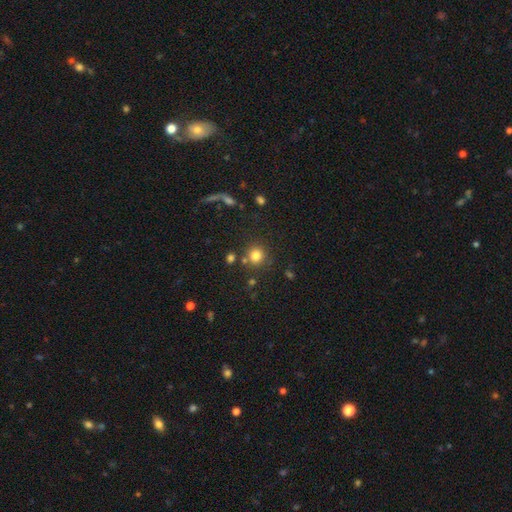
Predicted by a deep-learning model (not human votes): This is likely a smooth galaxy (80%). How rounded: clearly round (92%). Merging: likely none (78%).